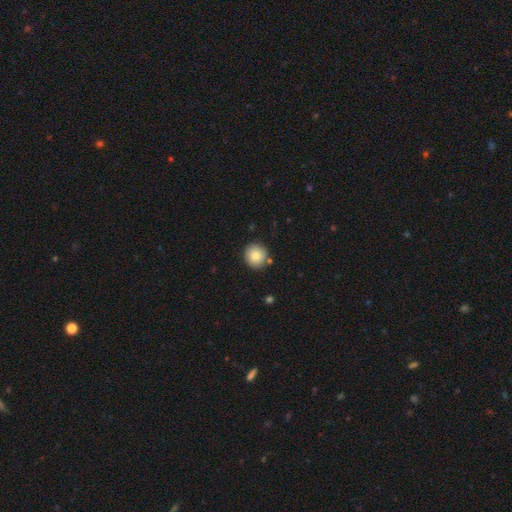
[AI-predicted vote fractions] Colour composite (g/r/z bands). It shows a smooth galaxy with no disk features (82%) that is round (93%). Merging: none (86%).